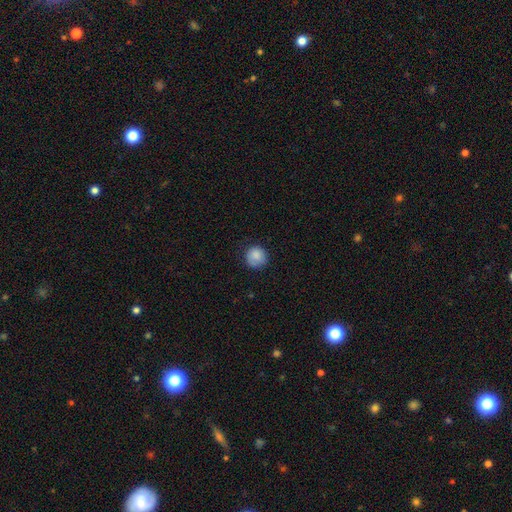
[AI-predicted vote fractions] A smooth galaxy with no disk features (86%) that is round (91%). Merging: none (76%).